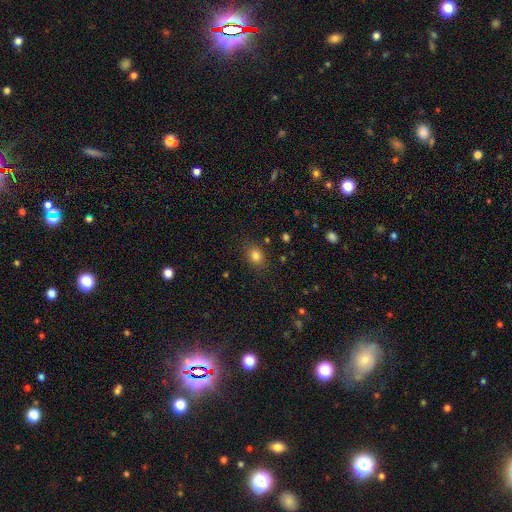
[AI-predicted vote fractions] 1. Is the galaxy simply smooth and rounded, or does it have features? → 82% smooth, 12% star or artifact, 6% featured or disk.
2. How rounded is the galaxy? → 52% round, 47% in between, 1% cigar-shaped.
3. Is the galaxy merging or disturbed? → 84% none, 11% minor disturbance, 3% major disturbance, 2% merger.